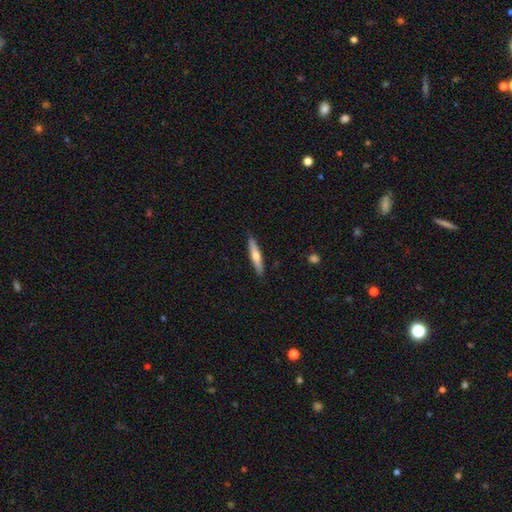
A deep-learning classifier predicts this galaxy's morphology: type=smooth (56%); roundness=cigar-shaped (87%); merging=none (89%).